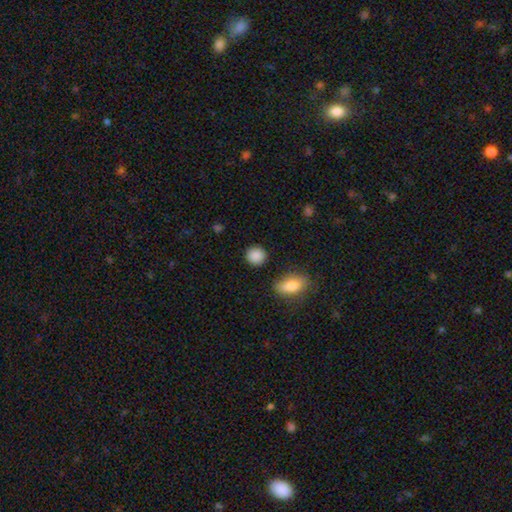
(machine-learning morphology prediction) Smooth or featured? smooth (89%)
How rounded? round (89%)
Merging? none (88%)